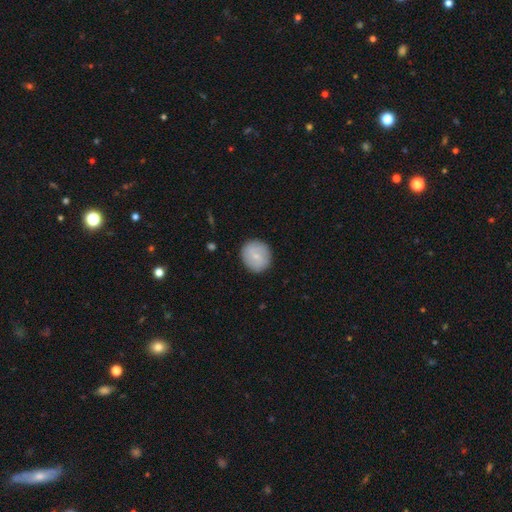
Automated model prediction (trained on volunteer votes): This appears to be a smooth galaxy with no disk features (63%) that is round (88%). Merging: none (88%).